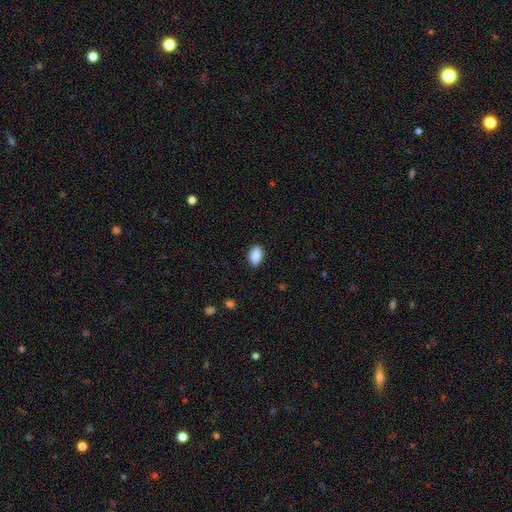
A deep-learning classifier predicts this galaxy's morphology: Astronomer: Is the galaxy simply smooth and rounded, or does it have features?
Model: smooth — 87%.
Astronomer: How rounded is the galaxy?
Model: in between — 89%.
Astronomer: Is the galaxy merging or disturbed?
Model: none — 85%.